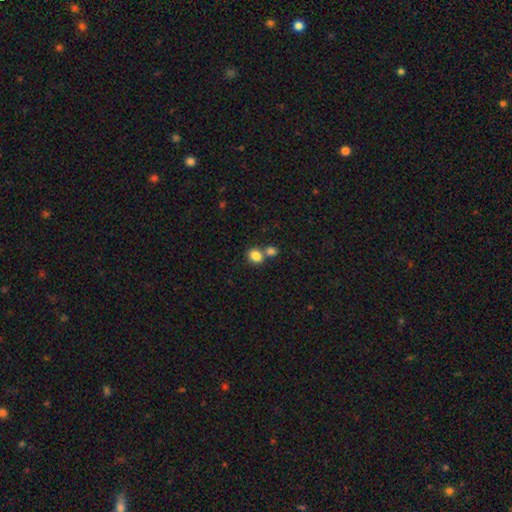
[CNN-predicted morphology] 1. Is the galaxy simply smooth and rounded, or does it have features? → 83% smooth, 10% star or artifact, 6% featured or disk.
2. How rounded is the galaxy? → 60% round, 39% in between, 1% cigar-shaped.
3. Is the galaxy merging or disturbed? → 50% none, 39% merger, 9% minor disturbance, 3% major disturbance.